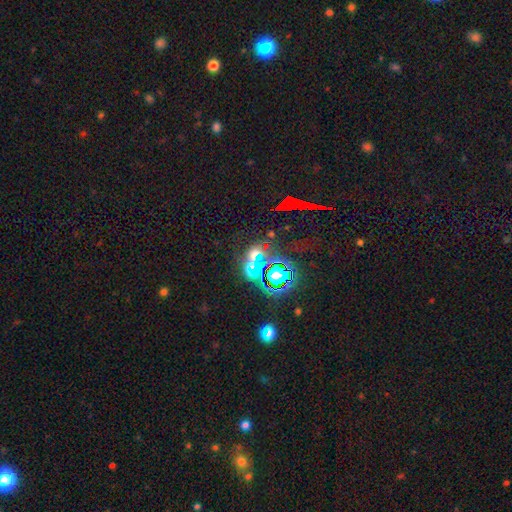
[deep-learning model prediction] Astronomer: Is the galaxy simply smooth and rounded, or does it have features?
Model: star or artifact — 60%.